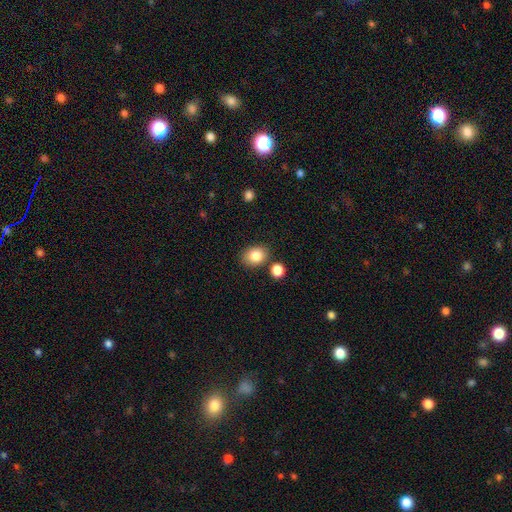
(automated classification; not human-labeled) Smooth or featured: smooth — 85% (star or artifact — 9%)
How rounded: in between — 56% (round — 43%)
Merging: none — 79% (minor disturbance — 11%)